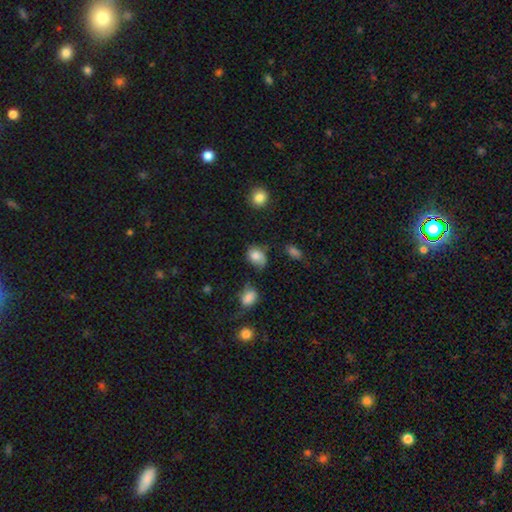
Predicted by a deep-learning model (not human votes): Morphology: type=smooth (80%); roundness=in between (64%); merging=none (49%).